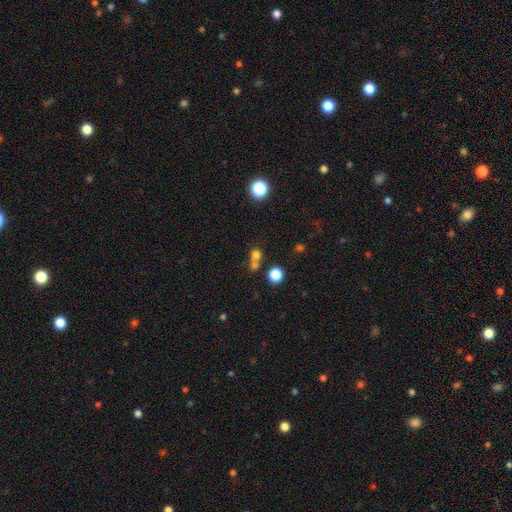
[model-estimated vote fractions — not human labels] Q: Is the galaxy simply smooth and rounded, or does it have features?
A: smooth — 69%.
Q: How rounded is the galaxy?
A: round — 82%.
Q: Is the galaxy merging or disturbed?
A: merger — 48%.